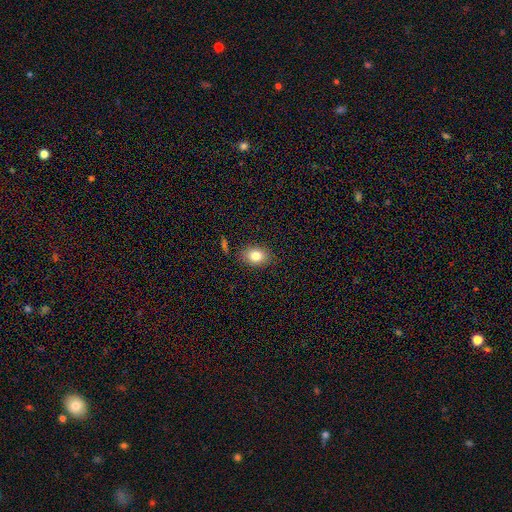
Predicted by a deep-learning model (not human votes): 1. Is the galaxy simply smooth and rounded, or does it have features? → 81% smooth, 10% star or artifact, 10% featured or disk.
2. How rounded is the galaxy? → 65% in between, 34% round, 1% cigar-shaped.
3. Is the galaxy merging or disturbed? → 84% none, 11% minor disturbance, 3% major disturbance, 2% merger.